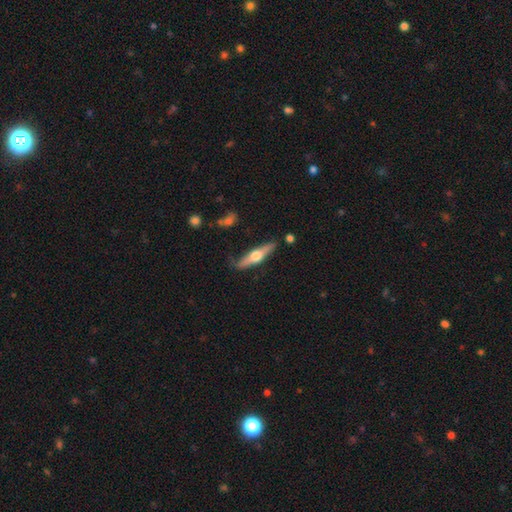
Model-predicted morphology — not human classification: Smooth or featured?
  - featured or disk: 62% *
  - smooth: 34%
  - star or artifact: 5%
Edge-on disk?
  - yes: 94% *
  - no: 6%
Edge-on bulge?
  - rounded: 95% *
  - boxy: 3%
  - none: 2%
Merging?
  - none: 81% *
  - minor disturbance: 14%
  - major disturbance: 3%
  - merger: 3%